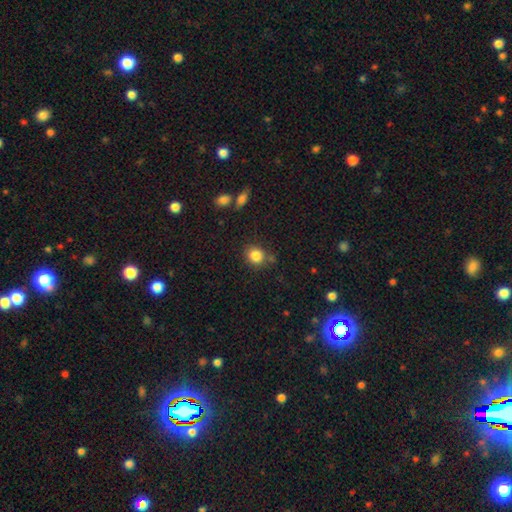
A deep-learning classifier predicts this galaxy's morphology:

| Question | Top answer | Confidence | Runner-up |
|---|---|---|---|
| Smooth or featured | smooth | 85% | star or artifact (10%) |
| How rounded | round | 76% | in between (23%) |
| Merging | none | 78% | minor disturbance (13%) |